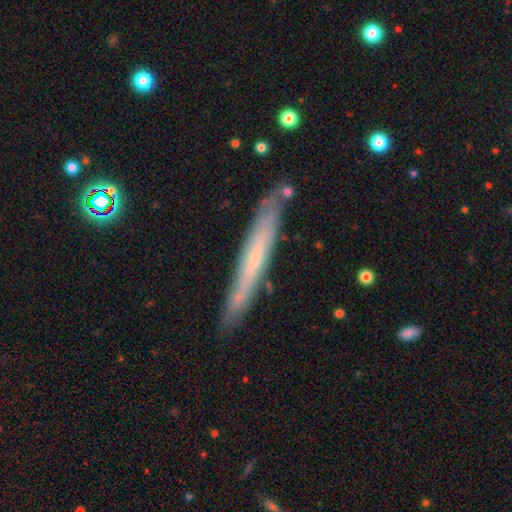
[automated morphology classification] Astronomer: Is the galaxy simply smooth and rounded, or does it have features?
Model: featured or disk — 52% (runner-up: smooth, 42%).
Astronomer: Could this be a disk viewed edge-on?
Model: yes — 85%.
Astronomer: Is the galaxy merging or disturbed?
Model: none — 84%.